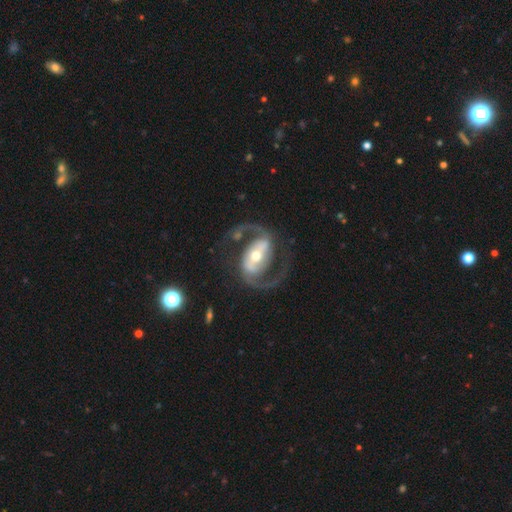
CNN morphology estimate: smooth_or_featured: featured or disk (p=0.92) [alt: smooth p=0.04]
disk_edge_on: no (p=0.97) [alt: yes p=0.03]
bar: strong (p=0.56) [alt: weak p=0.29]
has_spiral_arms: yes (p=0.97) [alt: no p=0.03]
spiral_winding: medium (p=0.57) [alt: loose p=0.30]
spiral_arm_count: 2 (p=0.94) [alt: 1 p=0.02]
bulge_size: moderate (p=0.60) [alt: small p=0.32]
merging: none (p=0.77) [alt: minor disturbance p=0.11]